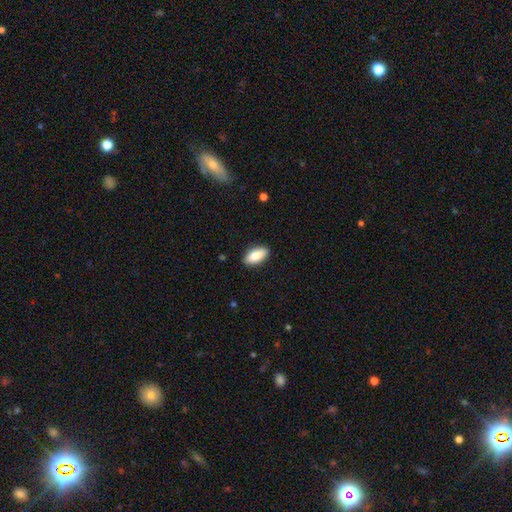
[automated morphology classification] Smooth or featured: smooth — 83% (featured or disk — 11%)
How rounded: in between — 90% (cigar-shaped — 7%)
Merging: none — 88% (minor disturbance — 9%)